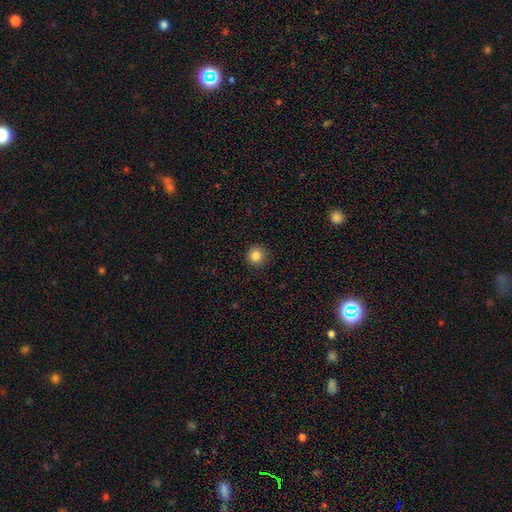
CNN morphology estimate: type=smooth (84%); roundness=round (95%); merging=none (92%).